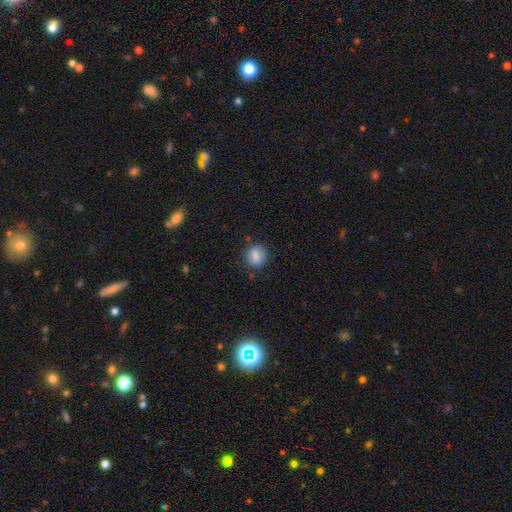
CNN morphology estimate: smooth_or_featured: smooth (p=0.86) [alt: star or artifact p=0.09]
how_rounded: round (p=0.76) [alt: in between p=0.23]
merging: none (p=0.81) [alt: minor disturbance p=0.14]